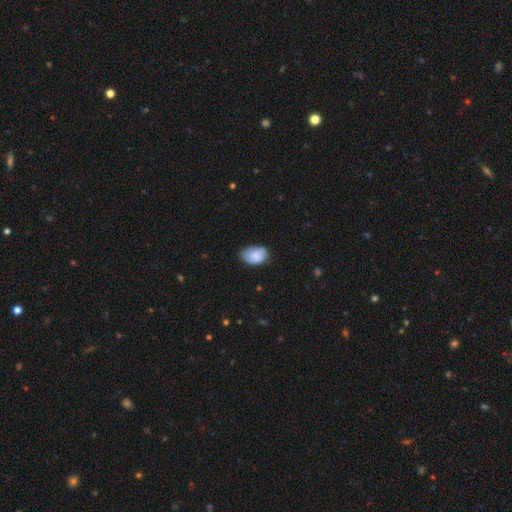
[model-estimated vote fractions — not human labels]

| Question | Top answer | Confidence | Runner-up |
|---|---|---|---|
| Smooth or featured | smooth | 78% | featured or disk (15%) |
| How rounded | in between | 87% | round (12%) |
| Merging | none | 63% | minor disturbance (30%) |